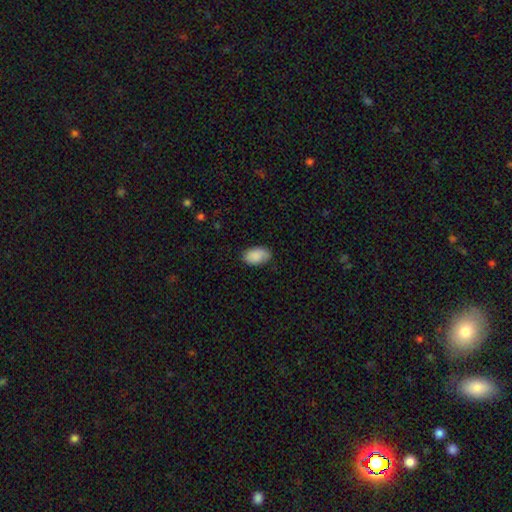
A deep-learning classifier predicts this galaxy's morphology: The model was most divided on "merging": none: 79%, minor disturbance: 17%, major disturbance: 3%, merger: 1%. More confident: how rounded — in between (93%); smooth or featured — smooth (88%).